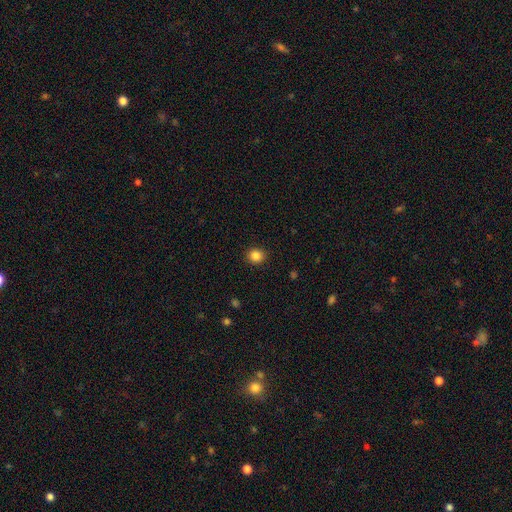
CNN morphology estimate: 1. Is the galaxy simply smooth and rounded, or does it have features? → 85% smooth, 11% star or artifact, 4% featured or disk.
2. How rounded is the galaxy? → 86% round, 13% in between, 1% cigar-shaped.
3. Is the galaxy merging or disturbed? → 91% none, 6% minor disturbance, 2% major disturbance, 1% merger.